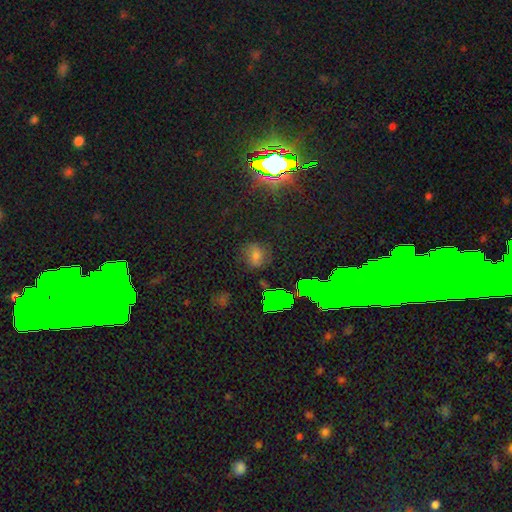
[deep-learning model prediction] The model was most divided on "smooth or featured": smooth: 43%, star or artifact: 42%, featured or disk: 15%. More confident: merging — none (81%).